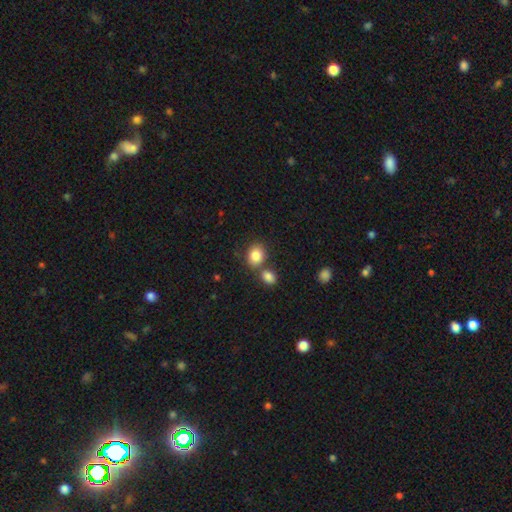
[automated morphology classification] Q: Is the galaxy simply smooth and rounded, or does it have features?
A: smooth — 85%.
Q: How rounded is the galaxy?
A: round — 50%.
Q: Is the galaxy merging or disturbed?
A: none — 56%.